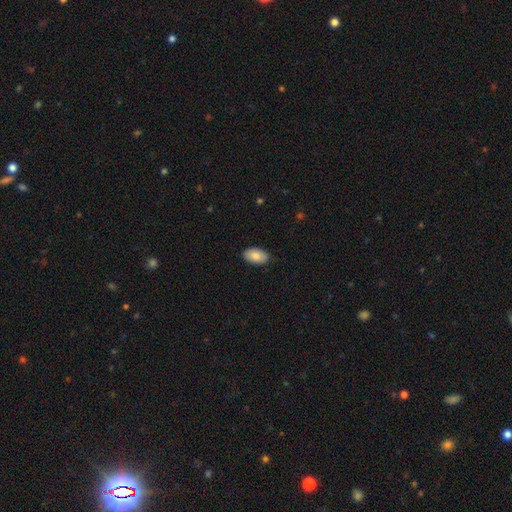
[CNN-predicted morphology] Overall: smooth (83%). How rounded: in between (94%). Merging: none (87%).